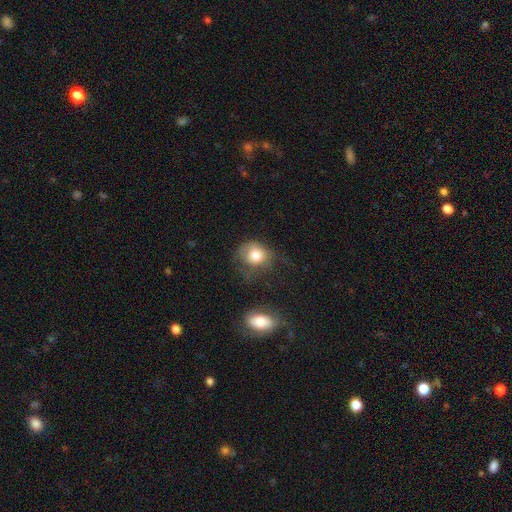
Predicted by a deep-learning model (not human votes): smooth 75%, featured or disk 15%, star or artifact 9%. Down the decision tree: how rounded — round (68%); merging — none (42%).